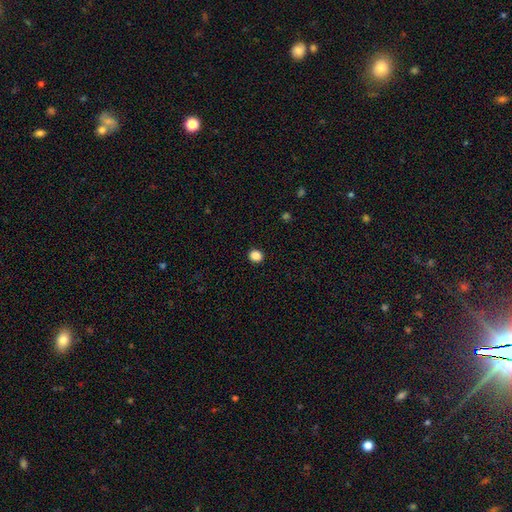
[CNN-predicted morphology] This is clearly a smooth galaxy (87%). How rounded: likely round (75%). Merging: clearly none (92%).